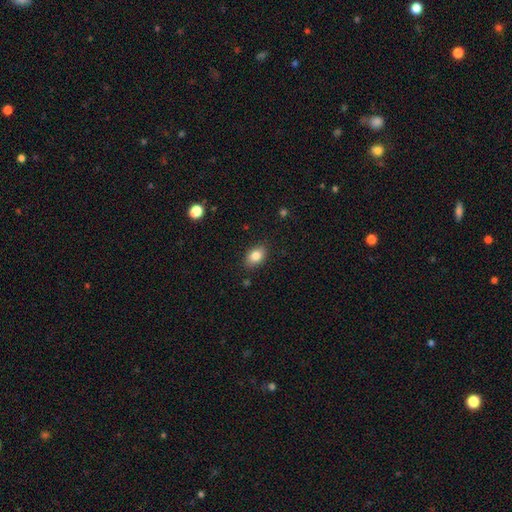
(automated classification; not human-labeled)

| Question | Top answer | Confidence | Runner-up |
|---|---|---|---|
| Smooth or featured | smooth | 84% | star or artifact (9%) |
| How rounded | in between | 84% | round (15%) |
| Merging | none | 86% | minor disturbance (10%) |